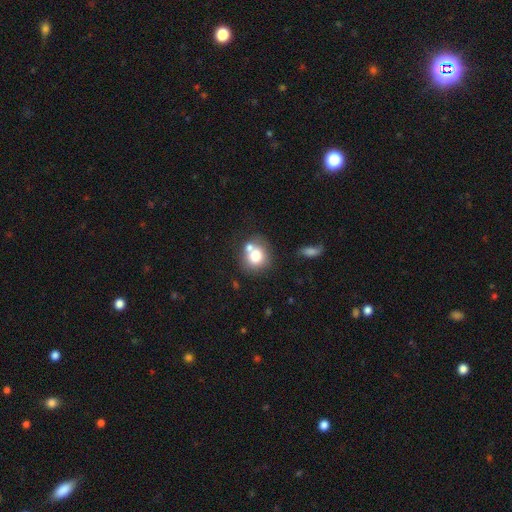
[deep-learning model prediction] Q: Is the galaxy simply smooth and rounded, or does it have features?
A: smooth — 74%.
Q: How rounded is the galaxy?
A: round — 78%.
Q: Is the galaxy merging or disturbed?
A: none — 52%.